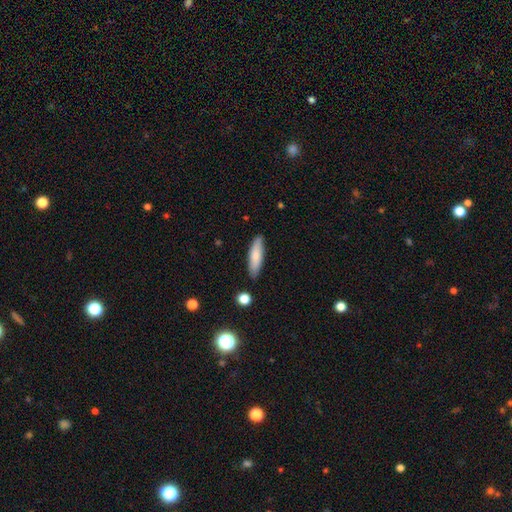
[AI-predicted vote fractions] smooth 79%, featured or disk 15%, star or artifact 6%. Down the decision tree: how rounded — cigar-shaped (61%); merging — none (85%).